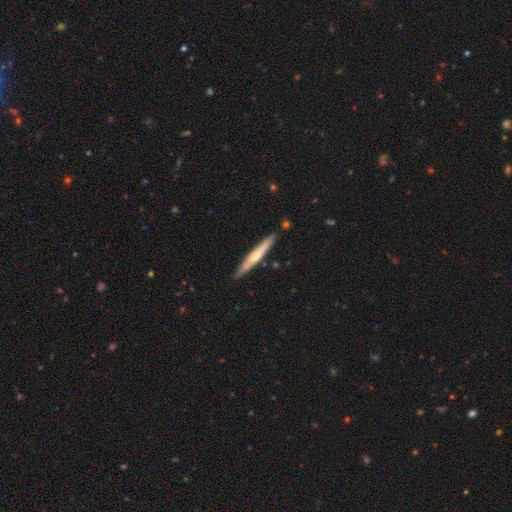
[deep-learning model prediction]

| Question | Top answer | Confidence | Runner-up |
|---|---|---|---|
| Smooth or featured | featured or disk | 52% | smooth (43%) |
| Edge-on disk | yes | 95% | no (5%) |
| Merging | none | 86% | minor disturbance (10%) |